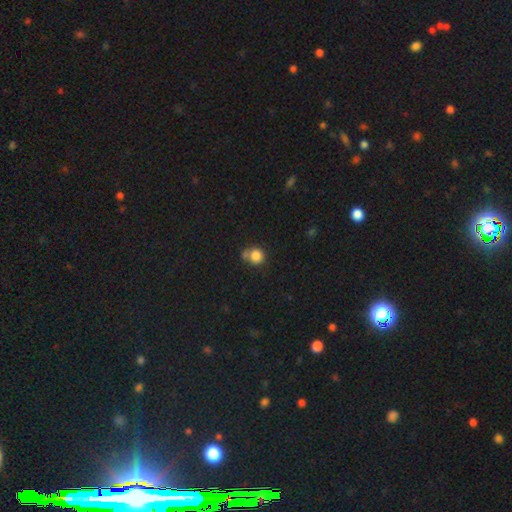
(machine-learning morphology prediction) Overall: smooth (83%). How rounded: round (85%). Merging: none (55%; merger 21%).